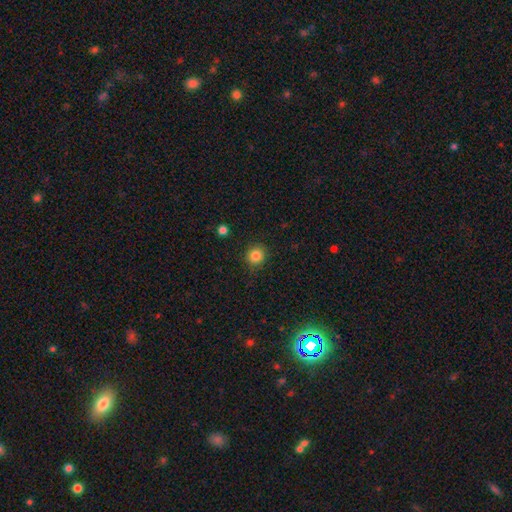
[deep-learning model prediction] A smooth galaxy with no disk features (84%) that is round (88%). Merging: none (89%).